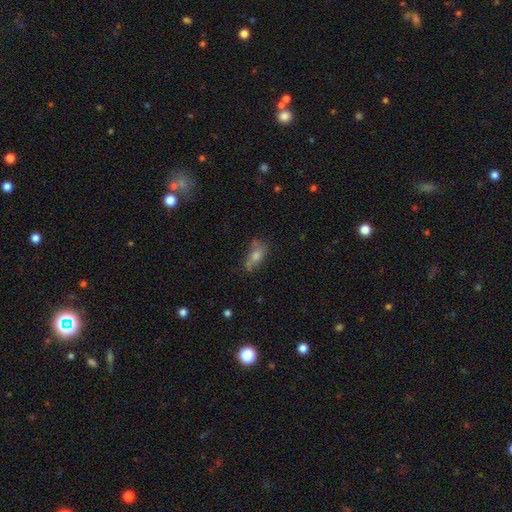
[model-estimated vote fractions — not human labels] Morphology: type=smooth (57%); roundness=in between (74%); merging=none (53%).